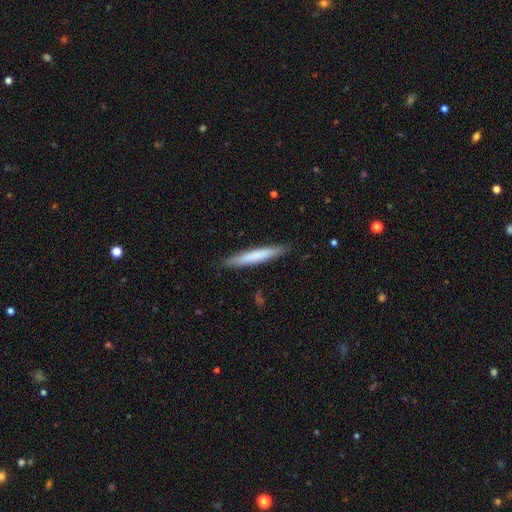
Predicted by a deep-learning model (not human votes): smooth 72%, featured or disk 22%, star or artifact 5%. Down the decision tree: how rounded — cigar-shaped (94%); merging — none (89%).